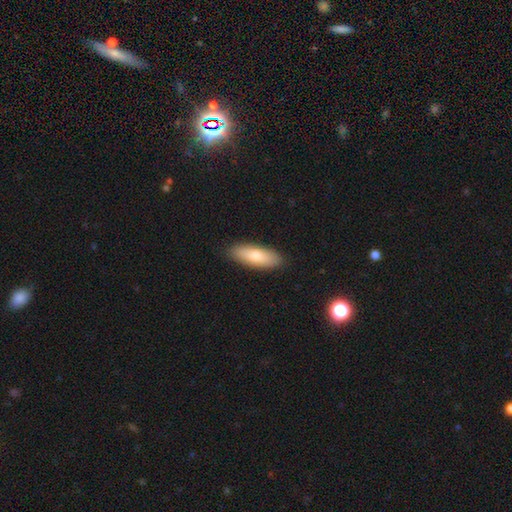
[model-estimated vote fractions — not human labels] This appears to be a smooth galaxy with no disk features (78%) that is in between round and cigar-shaped (61%). Merging: none (89%).